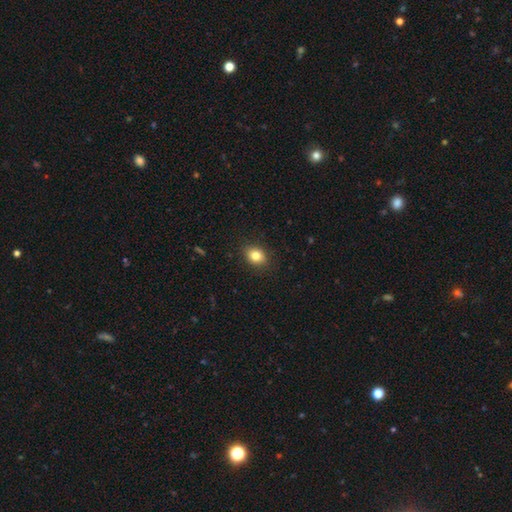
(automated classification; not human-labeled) The model was most divided on "how rounded": in between: 58%, round: 41%, cigar-shaped: 1%. More confident: merging — none (88%); smooth or featured — smooth (82%).